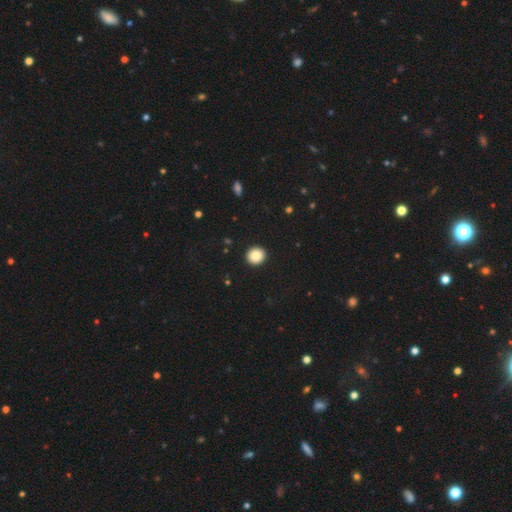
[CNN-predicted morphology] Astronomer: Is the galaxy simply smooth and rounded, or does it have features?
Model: smooth — 86%.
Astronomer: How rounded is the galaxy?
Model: round — 90%.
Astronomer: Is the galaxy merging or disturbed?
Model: none — 93%.